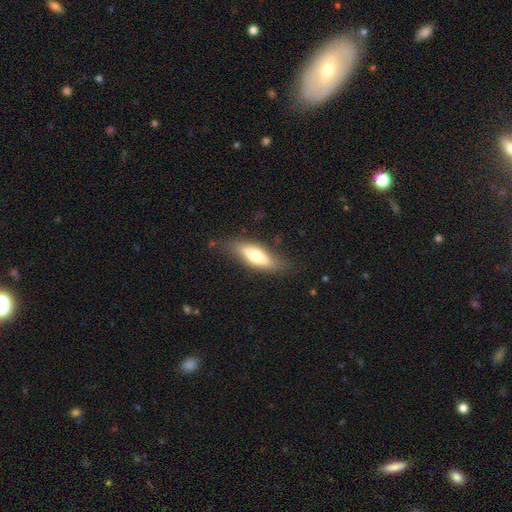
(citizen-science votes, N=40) Morphology: type=smooth (65%); roundness=in between (73%); merging=none (76%).